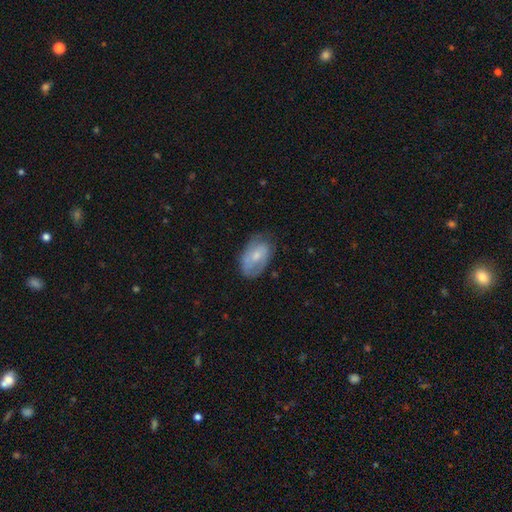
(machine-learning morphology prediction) A smooth galaxy with no disk features (52%) that is in between round and cigar-shaped (90%).

Vote fractions:
- Smooth or featured? smooth: 52% / featured or disk: 42% / star or artifact: 6%
- How rounded? in between: 90% / round: 8% / cigar-shaped: 2%
- Merging? none: 60% / minor disturbance: 29% / major disturbance: 10% / merger: 1%